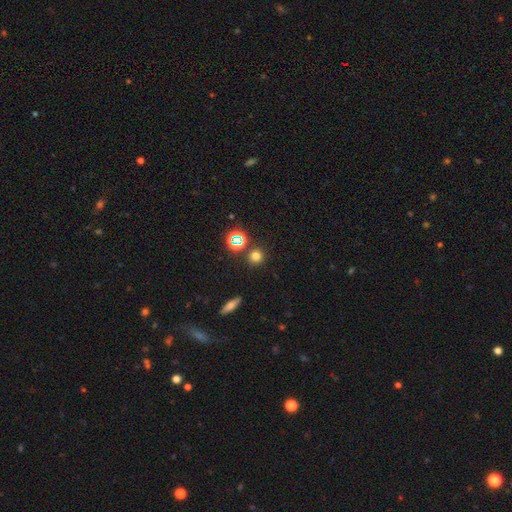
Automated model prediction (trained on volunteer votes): Smooth or featured: smooth — 70% (star or artifact — 23%)
How rounded: round — 90% (in between — 9%)
Merging: none — 84% (minor disturbance — 7%)